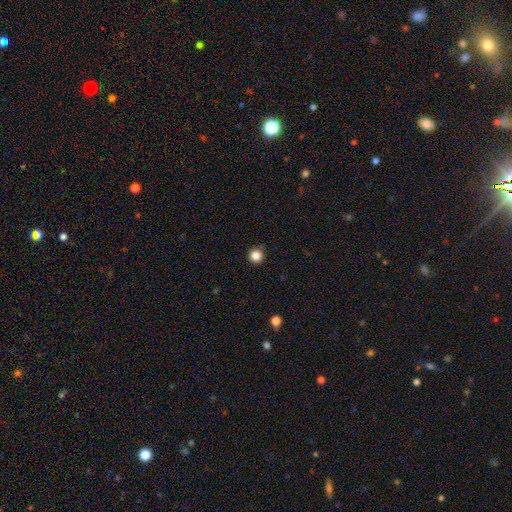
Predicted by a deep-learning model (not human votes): Q: Smooth or featured?
A: smooth (85%); runner-up: star or artifact (12%)
Q: How rounded?
A: round (96%); runner-up: in between (3%)
Q: Merging?
A: none (91%); runner-up: minor disturbance (6%)